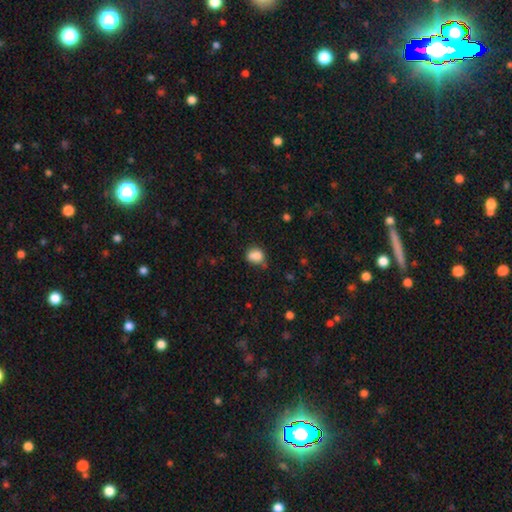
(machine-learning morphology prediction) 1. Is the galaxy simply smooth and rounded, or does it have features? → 81% smooth, 10% star or artifact, 8% featured or disk.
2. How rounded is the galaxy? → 57% round, 42% in between, 1% cigar-shaped.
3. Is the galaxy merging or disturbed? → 49% none, 27% minor disturbance, 16% merger, 8% major disturbance.